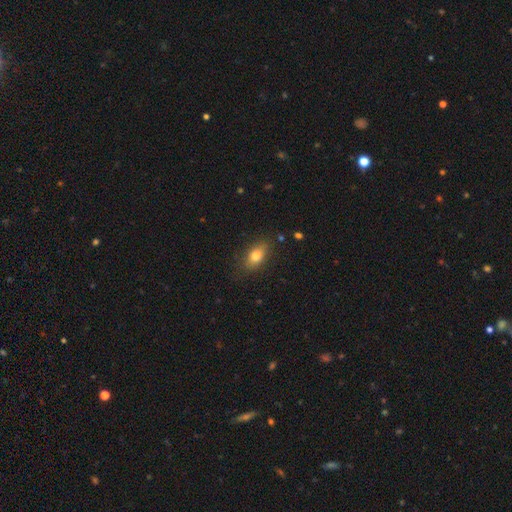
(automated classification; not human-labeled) smooth 80%, featured or disk 12%, star or artifact 9%. Down the decision tree: how rounded — in between (84%); merging — none (80%).